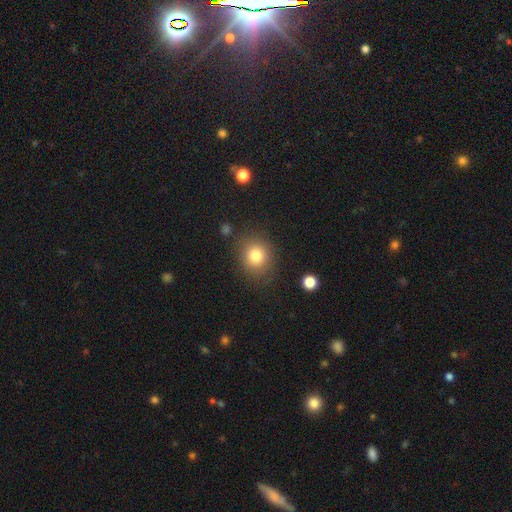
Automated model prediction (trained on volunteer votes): smooth 81%, star or artifact 11%, featured or disk 8%. Down the decision tree: how rounded — round (78%); merging — none (82%).